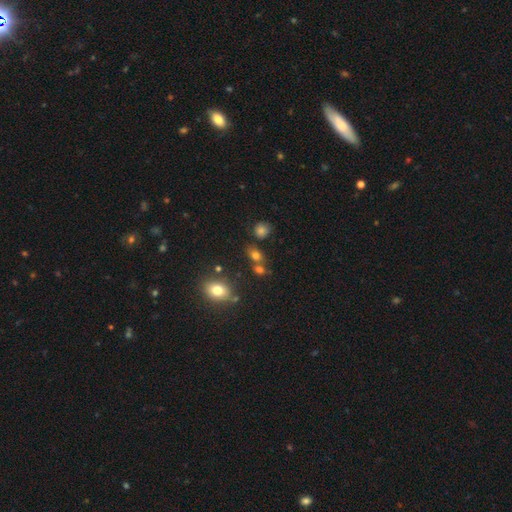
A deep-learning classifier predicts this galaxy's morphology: This appears to be a smooth galaxy with no disk features (74%) that is in between round and cigar-shaped (49%). Merging: none (58%).